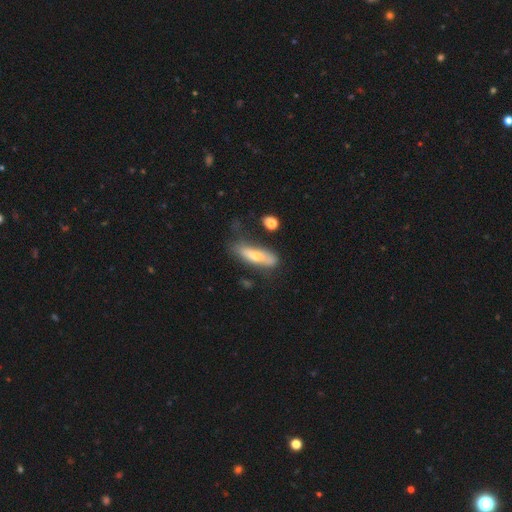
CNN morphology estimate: This appears to be a smooth galaxy with no disk features (50%). Merging: none (59%).